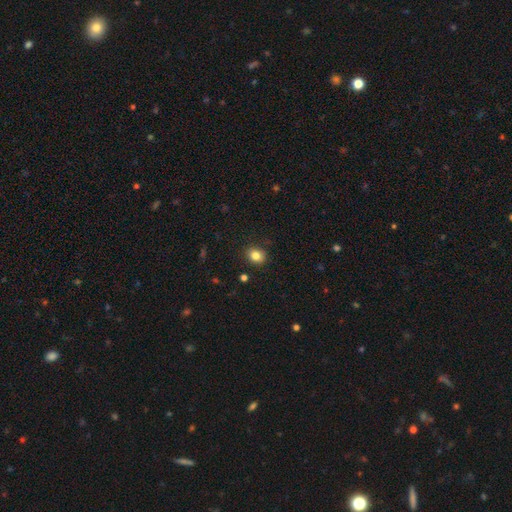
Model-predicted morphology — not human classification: smooth 83%, star or artifact 11%, featured or disk 7%. Down the decision tree: how rounded — round (61%); merging — none (87%).